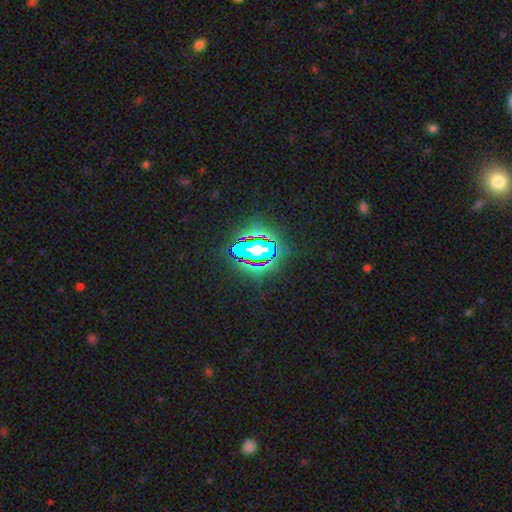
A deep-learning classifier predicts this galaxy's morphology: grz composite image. It shows a star or artifact, not a galaxy (79%).